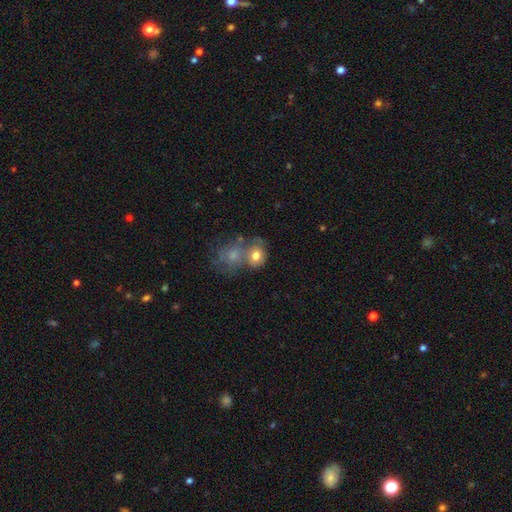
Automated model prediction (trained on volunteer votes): smooth_or_featured: smooth (p=0.74) [alt: featured or disk p=0.17]
how_rounded: round (p=0.62) [alt: in between p=0.37]
merging: merger (p=0.53) [alt: none p=0.30]